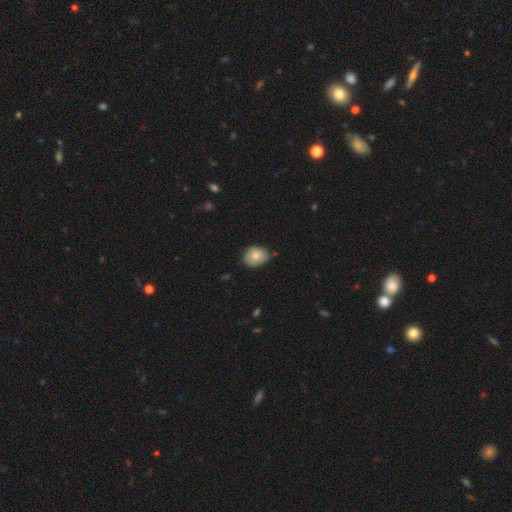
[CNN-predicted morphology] This appears to be a smooth galaxy with no disk features (73%) that is in between round and cigar-shaped (58%). Merging: none (64%).